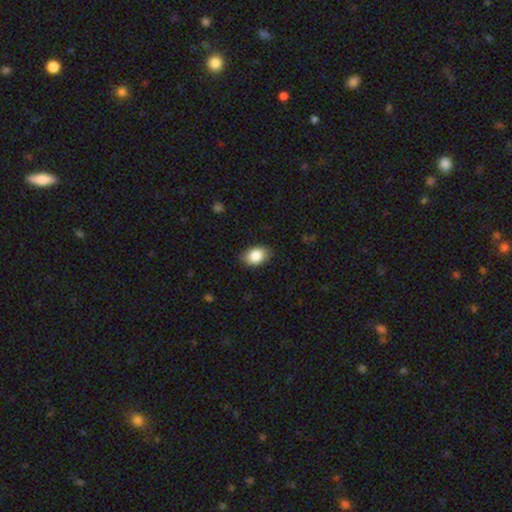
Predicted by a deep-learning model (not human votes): Morphology: type=smooth (86%); roundness=in between (78%); merging=none (85%).